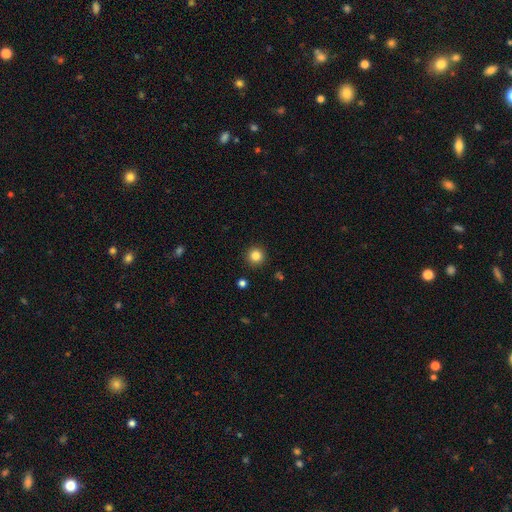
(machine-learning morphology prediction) Smooth or featured? smooth (84%)
How rounded? round (95%)
Merging? none (92%)